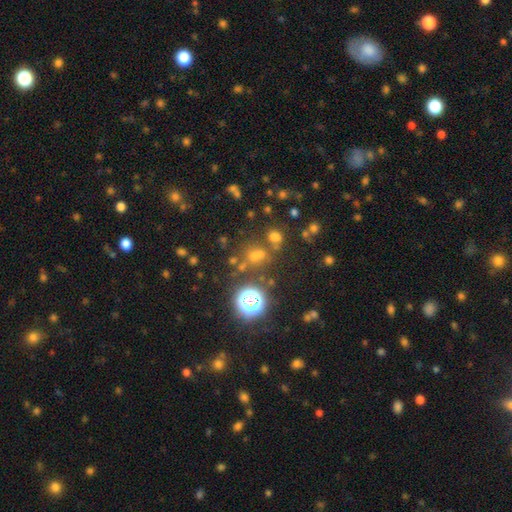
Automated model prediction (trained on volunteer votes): Smooth or featured? smooth (53%)
How rounded? round (64%)
Merging? none (57%)